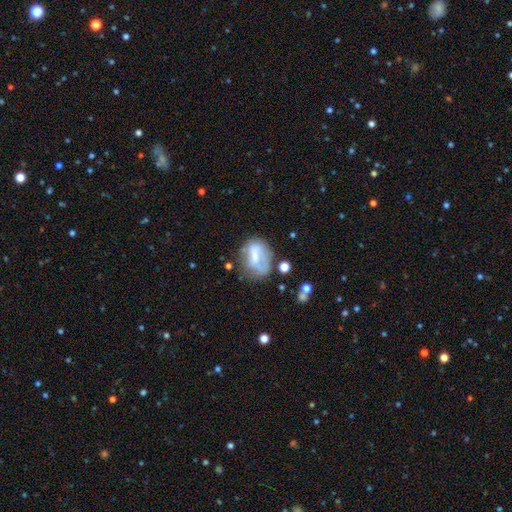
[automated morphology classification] A smooth galaxy with no disk features (49%).

Vote fractions:
- Smooth or featured? smooth: 49% / featured or disk: 41% / star or artifact: 9%
- Merging? none: 42% / minor disturbance: 29% / major disturbance: 21% / merger: 7%